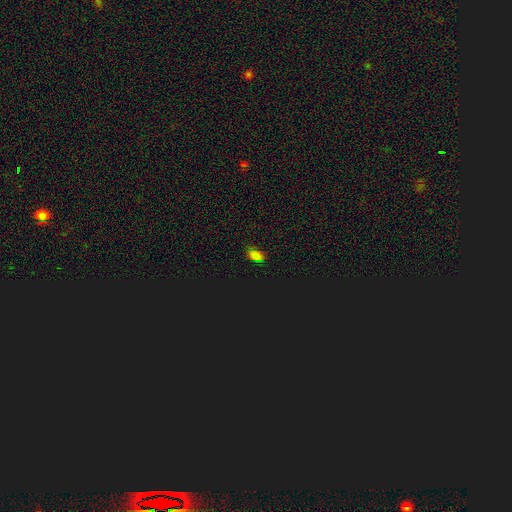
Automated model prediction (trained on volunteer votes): A smooth galaxy with no disk features (50%) that is in between round and cigar-shaped (85%). Merging: none (76%).